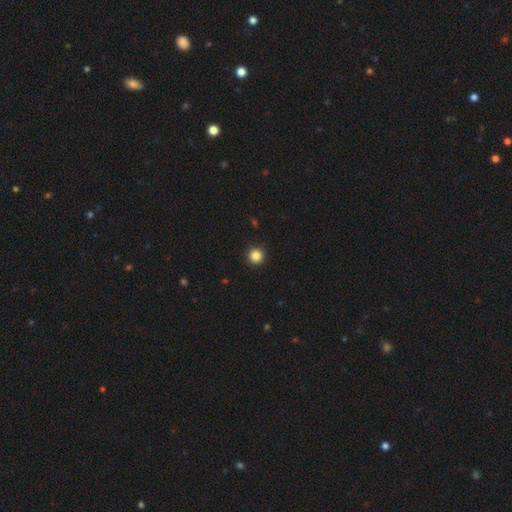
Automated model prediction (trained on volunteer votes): Smooth or featured? smooth (86%)
How rounded? round (96%)
Merging? none (93%)